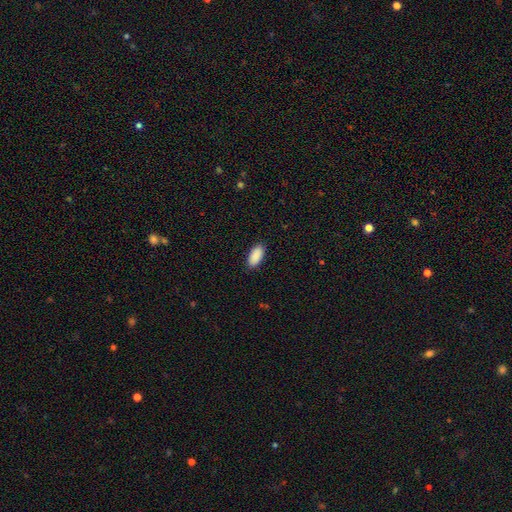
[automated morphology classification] smooth-or-featured: smooth: 91% | star or artifact: 6% | featured or disk: 3%
  how-rounded: in between: 92% | cigar-shaped: 7% | round: 2%
  merging: none: 89% | minor disturbance: 8% | major disturbance: 2% | merger: 1%